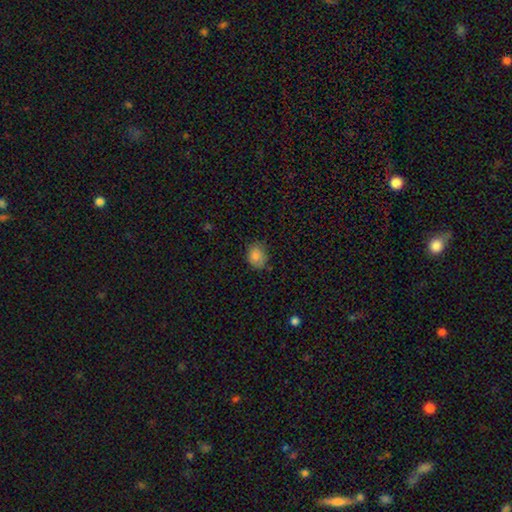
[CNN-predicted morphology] smooth-or-featured: smooth: 84% | star or artifact: 9% | featured or disk: 7%
  how-rounded: round: 55% | in between: 44% | cigar-shaped: 1%
  merging: none: 70% | minor disturbance: 24% | major disturbance: 5% | merger: 2%